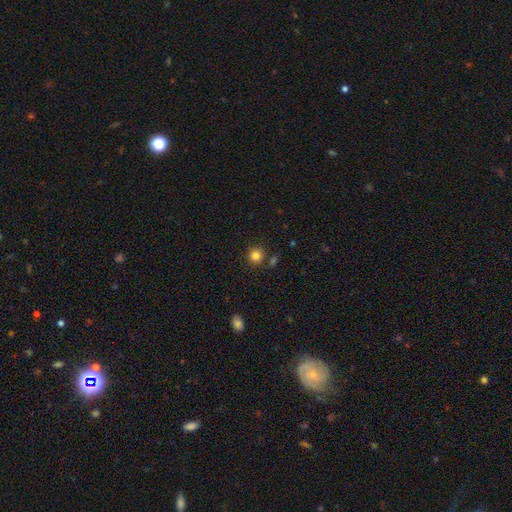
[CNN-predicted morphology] smooth_or_featured: smooth (p=0.83) [alt: star or artifact p=0.12]
how_rounded: round (p=0.90) [alt: in between p=0.09]
merging: none (p=0.82) [alt: minor disturbance p=0.09]